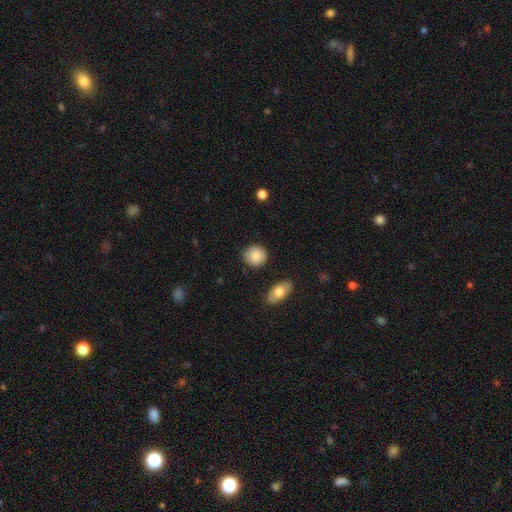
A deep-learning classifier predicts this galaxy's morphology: smooth 87%, star or artifact 7%, featured or disk 6%. Down the decision tree: how rounded — round (84%); merging — none (86%).